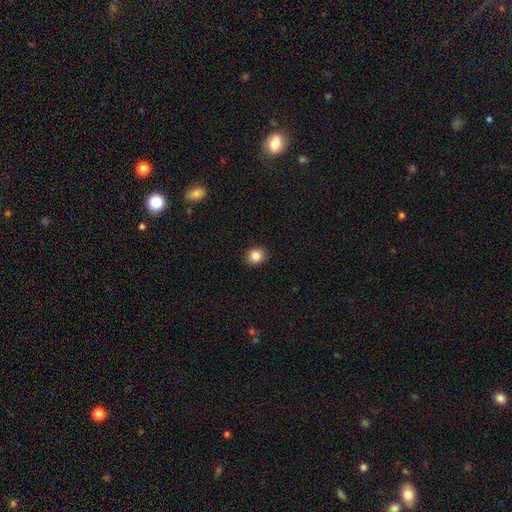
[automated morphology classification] smooth_or_featured: smooth (p=0.86) [alt: star or artifact p=0.10]
how_rounded: round (p=0.73) [alt: in between p=0.26]
merging: none (p=0.90) [alt: minor disturbance p=0.07]